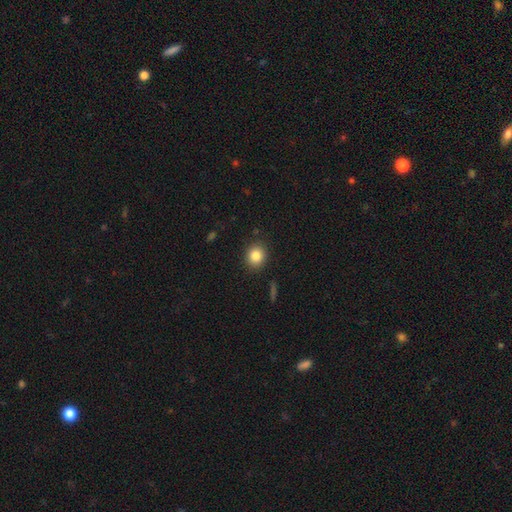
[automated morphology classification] smooth_or_featured: smooth (p=0.84) [alt: star or artifact p=0.10]
how_rounded: round (p=0.72) [alt: in between p=0.27]
merging: none (p=0.88) [alt: minor disturbance p=0.08]